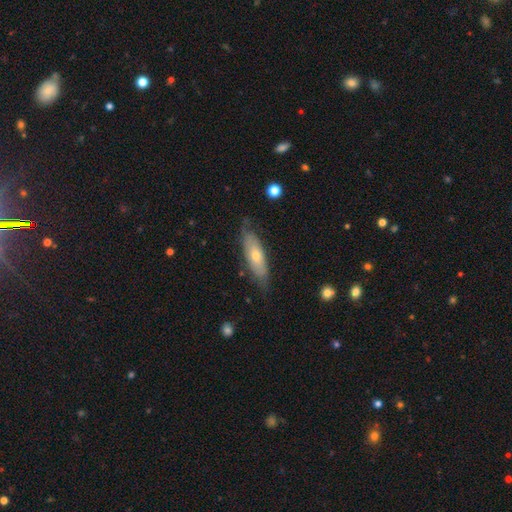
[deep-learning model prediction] The model was most divided on "smooth or featured": featured or disk: 48%, smooth: 46%, star or artifact: 6%. More confident: merging — none (74%).